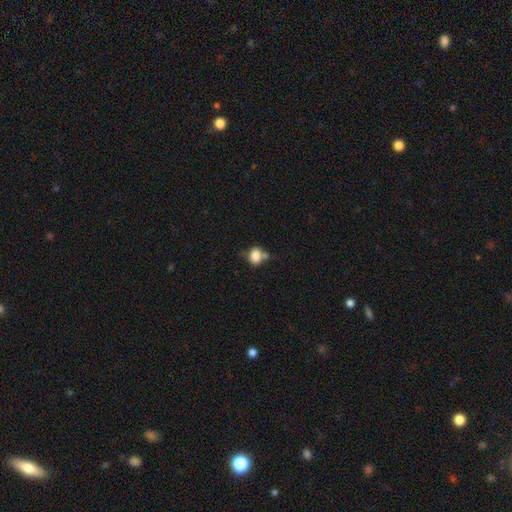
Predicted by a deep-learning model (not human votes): Smooth or featured? Predicted: smooth (p=0.79). How rounded? Predicted: round (p=0.52). Merging? Predicted: none (p=0.44).